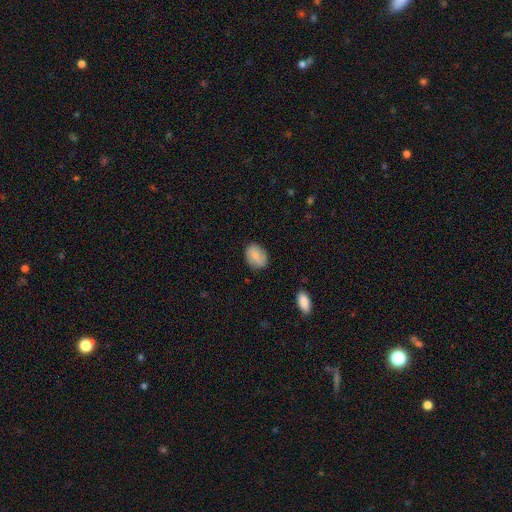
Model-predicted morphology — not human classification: This is likely a smooth galaxy (78%). How rounded: likely in between (73%). Merging: likely none (79%).